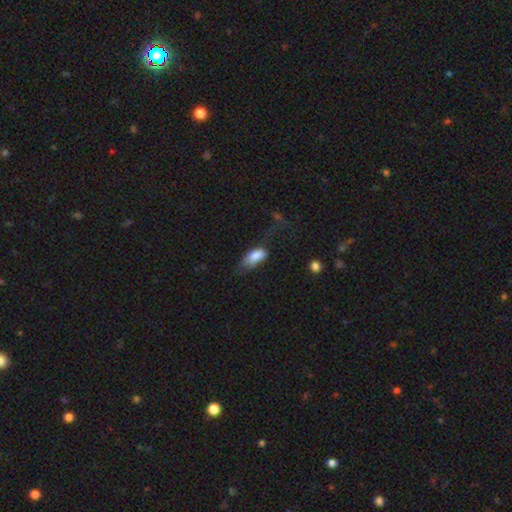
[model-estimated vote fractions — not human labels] smooth 83%, featured or disk 10%, star or artifact 7%. Down the decision tree: how rounded — in between (89%); merging — major disturbance (36%).